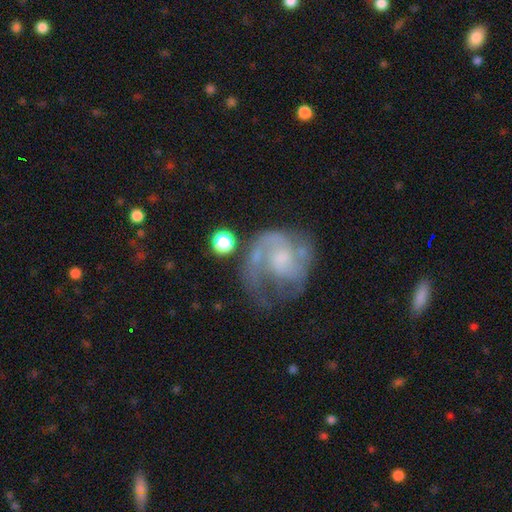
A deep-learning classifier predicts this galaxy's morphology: Smooth or featured: featured or disk — 74% (smooth — 18%)
Edge-on disk: no — 98% (yes — 2%)
Bar: no — 66% (weak — 29%)
Spiral arms: yes — 84% (no — 16%)
Spiral winding: medium — 43% (tight — 31%)
Spiral arm count: 2 — 38% (1 — 36%)
Bulge size: small — 38% (moderate — 31%)
Merging: none — 38% (major disturbance — 34%)